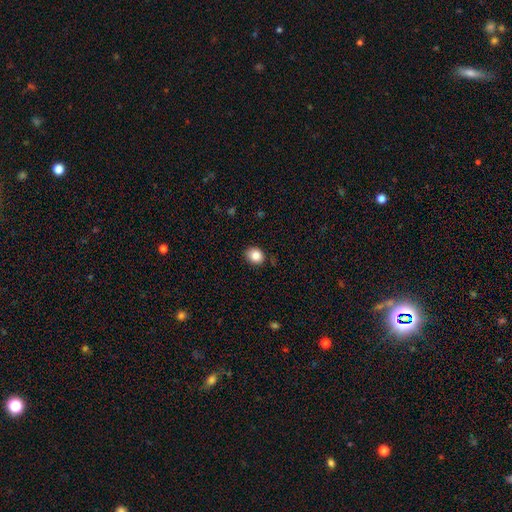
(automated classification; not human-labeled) This appears to be a smooth galaxy with no disk features (86%) that is round (65%). Merging: none (84%).